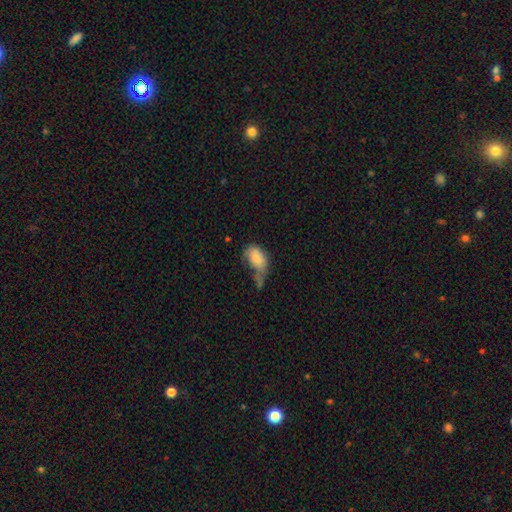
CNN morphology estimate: This appears to be a smooth galaxy with no disk features (77%) that is in between round and cigar-shaped (90%). Merging: major disturbance (31%).